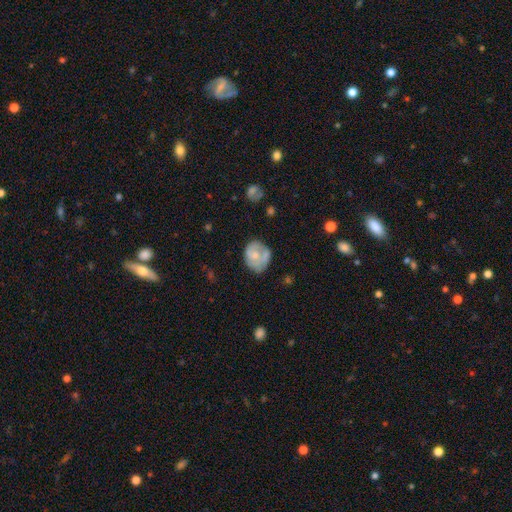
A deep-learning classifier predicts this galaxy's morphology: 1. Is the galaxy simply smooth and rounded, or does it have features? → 58% smooth, 35% featured or disk, 7% star or artifact.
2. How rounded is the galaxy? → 55% round, 44% in between, 1% cigar-shaped.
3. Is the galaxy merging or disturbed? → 50% none, 31% minor disturbance, 13% major disturbance, 6% merger.